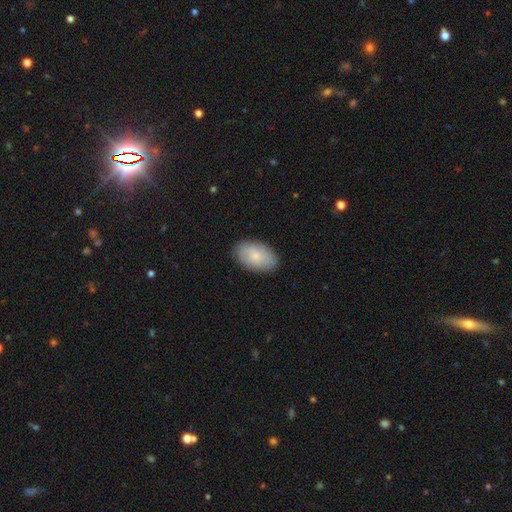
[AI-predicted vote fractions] Smooth or featured? smooth (76%)
How rounded? in between (93%)
Merging? none (85%)